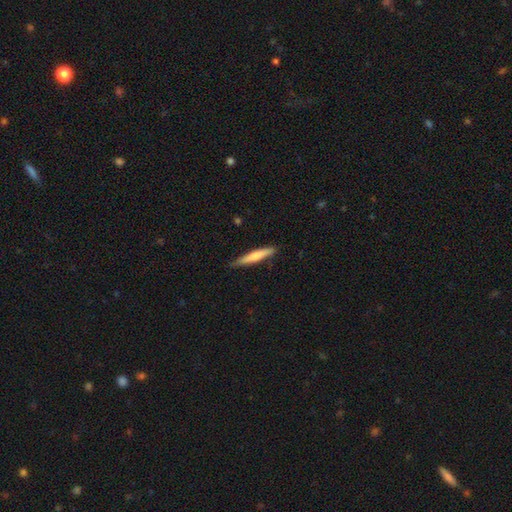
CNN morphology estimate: Q: Smooth or featured?
A: smooth (65%); runner-up: featured or disk (30%)
Q: How rounded?
A: cigar-shaped (93%); runner-up: in between (6%)
Q: Merging?
A: none (83%); runner-up: minor disturbance (14%)